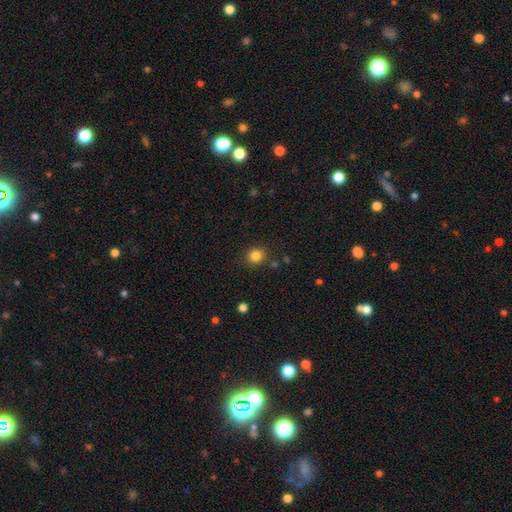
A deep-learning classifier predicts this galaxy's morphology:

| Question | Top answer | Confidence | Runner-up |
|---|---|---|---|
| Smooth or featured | smooth | 83% | star or artifact (12%) |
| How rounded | round | 84% | in between (15%) |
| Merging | none | 86% | minor disturbance (9%) |